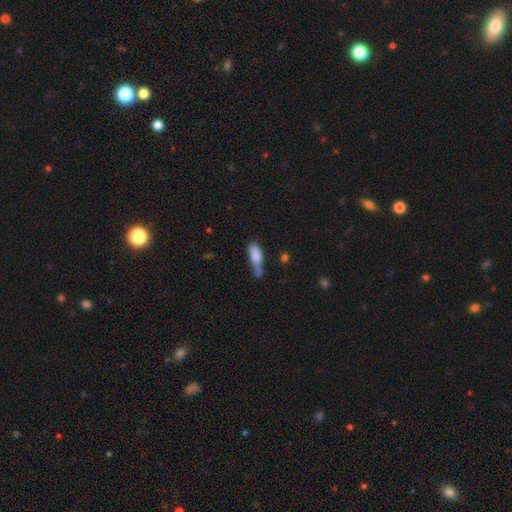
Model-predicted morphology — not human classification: type=smooth (77%); roundness=in between (49%); merging=none (35%).